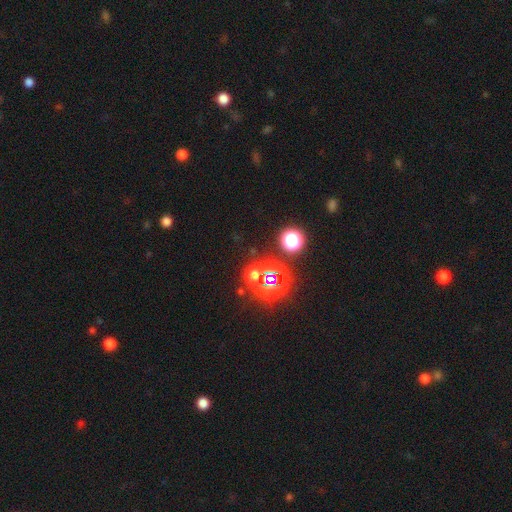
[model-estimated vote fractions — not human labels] A star or artifact, not a galaxy (81%).

Vote fractions:
- Smooth or featured? star or artifact: 81% / smooth: 12% / featured or disk: 7%